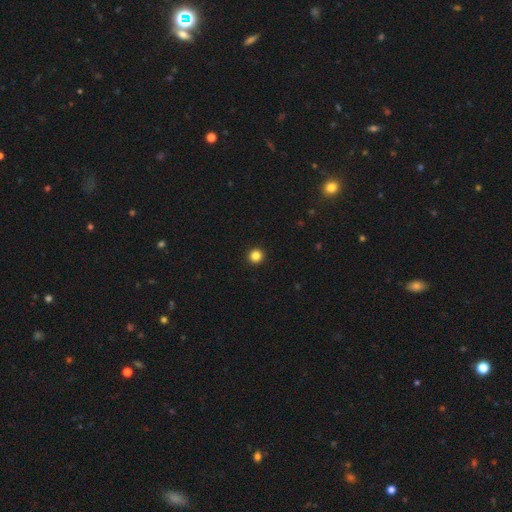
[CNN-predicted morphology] type=smooth (84%); roundness=round (95%); merging=none (94%).